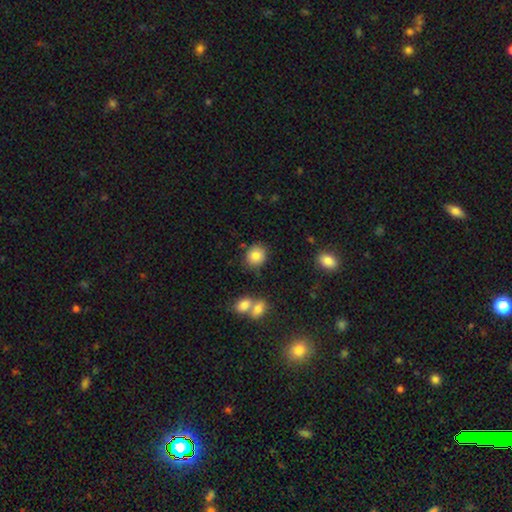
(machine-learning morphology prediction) smooth-or-featured: smooth: 84% | star or artifact: 9% | featured or disk: 7%
  how-rounded: round: 78% | in between: 21% | cigar-shaped: 1%
  merging: none: 81% | minor disturbance: 10% | merger: 6% | major disturbance: 3%